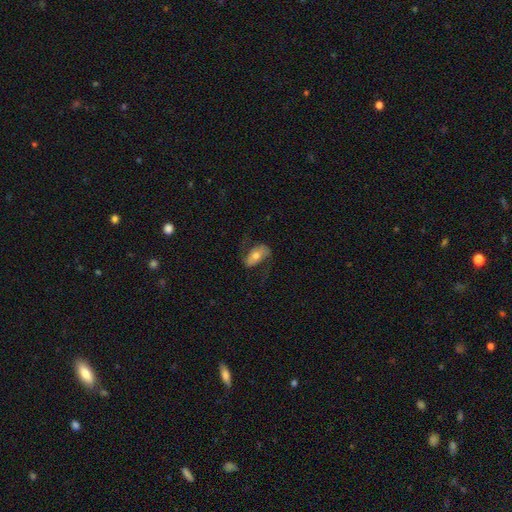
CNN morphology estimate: The model was most divided on "smooth or featured": featured or disk: 47%, smooth: 45%, star or artifact: 7%. More confident: merging — none (62%).